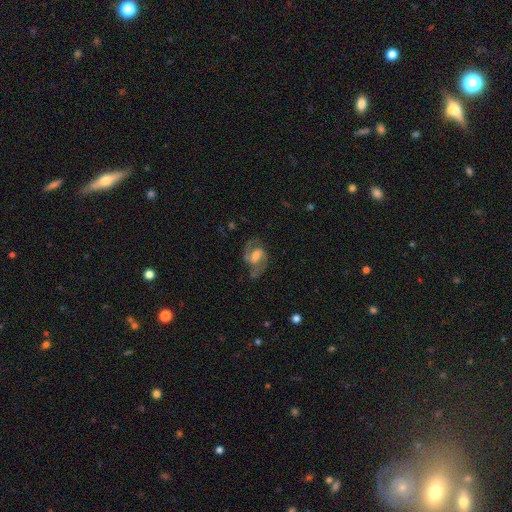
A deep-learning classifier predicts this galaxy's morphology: Overall: featured or disk (80%). Edge-on disk: no (97%). Bar: weak (50%; strong 29%). Spiral arms: yes (94%). Spiral arm count: 2 (90%). Spiral winding: medium (56%; loose 26%). Bulge size: moderate (48%; small 29%). Merging: none (67%).